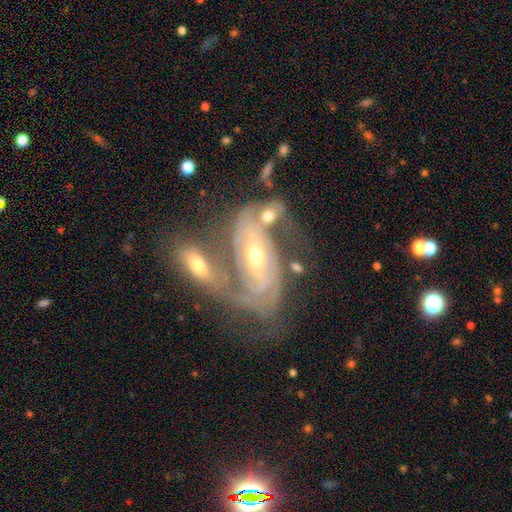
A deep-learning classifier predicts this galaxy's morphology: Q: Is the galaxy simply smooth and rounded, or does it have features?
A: featured or disk — 84%.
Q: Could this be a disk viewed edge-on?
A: no — 94%.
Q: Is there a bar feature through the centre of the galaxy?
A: no — 52%.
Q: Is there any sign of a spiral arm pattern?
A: yes — 92%.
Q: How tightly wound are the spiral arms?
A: tight — 56%.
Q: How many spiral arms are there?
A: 2 — 49%.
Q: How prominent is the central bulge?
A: small — 51%.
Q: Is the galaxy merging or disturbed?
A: merger — 48%.